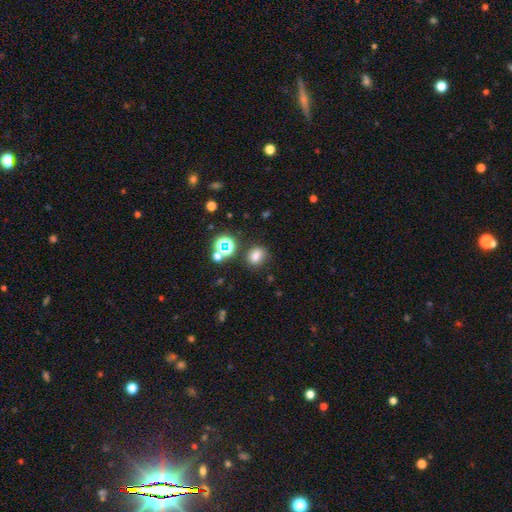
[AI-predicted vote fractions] This appears to be a smooth galaxy with no disk features (71%) that is round (52%). Merging: none (75%).